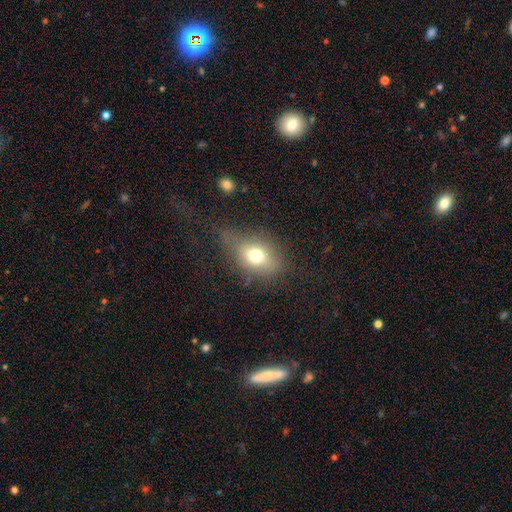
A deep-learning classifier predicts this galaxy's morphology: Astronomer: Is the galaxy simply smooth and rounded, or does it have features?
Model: smooth — 69%.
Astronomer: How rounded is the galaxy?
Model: in between — 65%.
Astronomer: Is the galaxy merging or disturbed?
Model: none — 53%.